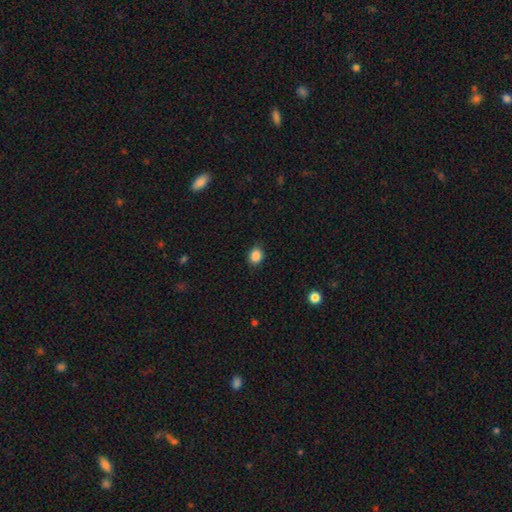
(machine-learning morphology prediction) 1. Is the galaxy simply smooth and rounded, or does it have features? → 87% smooth, 10% star or artifact, 3% featured or disk.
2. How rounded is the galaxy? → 60% round, 39% in between, 1% cigar-shaped.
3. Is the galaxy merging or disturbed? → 86% none, 10% minor disturbance, 3% major disturbance, 1% merger.